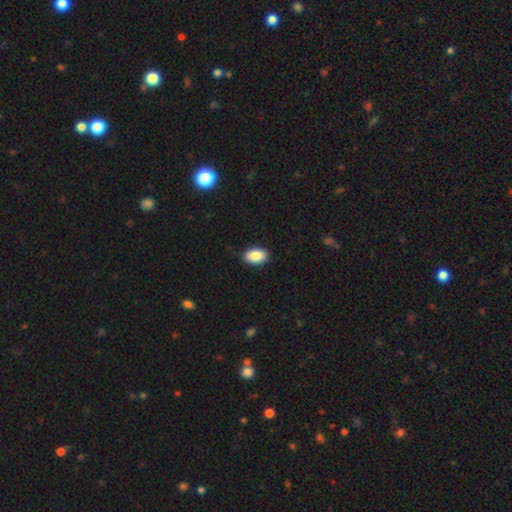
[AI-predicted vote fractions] Smooth or featured? Predicted: smooth (p=0.89). How rounded? Predicted: in between (p=0.92). Merging? Predicted: none (p=0.89).